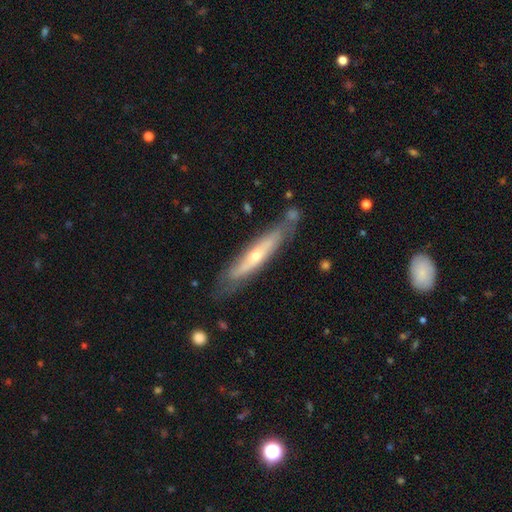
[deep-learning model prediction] This appears to be a featured or disk galaxy (63%) viewed edge-on (63%). Merging: none (70%).